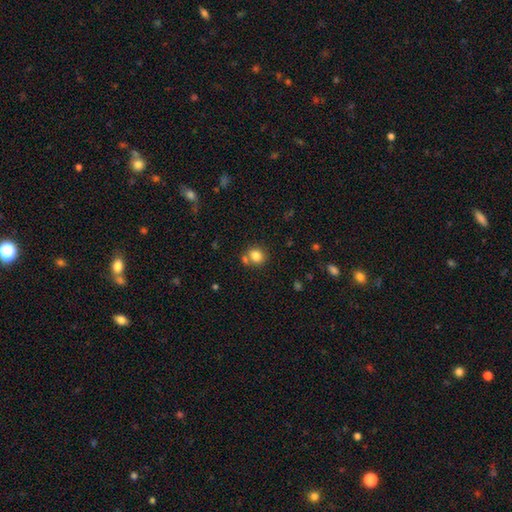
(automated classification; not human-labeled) A smooth galaxy with no disk features (82%) that is round (75%). Merging: none (63%).